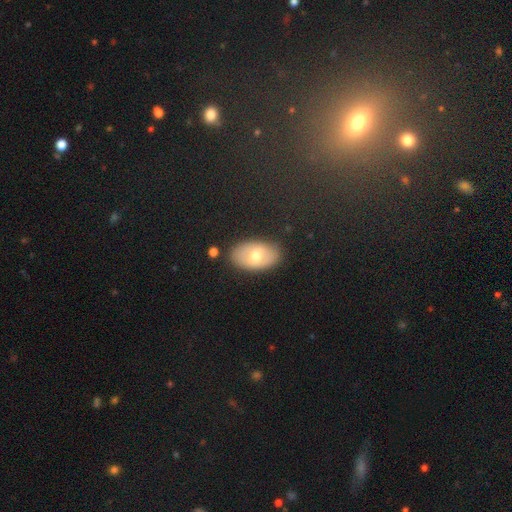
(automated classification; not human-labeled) smooth-or-featured: smooth: 53% | featured or disk: 39% | star or artifact: 8%
  how-rounded: in between: 91% | round: 7% | cigar-shaped: 2%
  merging: none: 85% | minor disturbance: 11% | major disturbance: 3% | merger: 2%